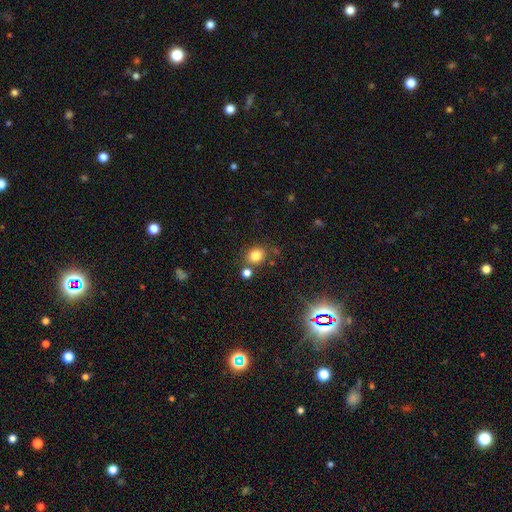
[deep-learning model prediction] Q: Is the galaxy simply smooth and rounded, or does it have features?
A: smooth — 80%.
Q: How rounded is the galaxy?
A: round — 69%.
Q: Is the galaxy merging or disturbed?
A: none — 73%.